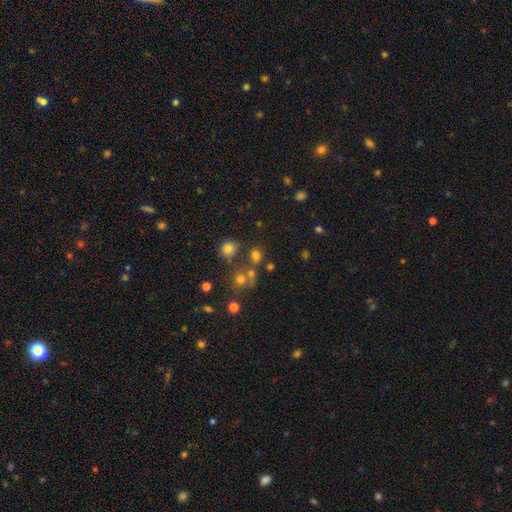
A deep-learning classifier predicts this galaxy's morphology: This is likely a smooth galaxy (71%). How rounded: likely round (69%). Merging: likely none (67%).